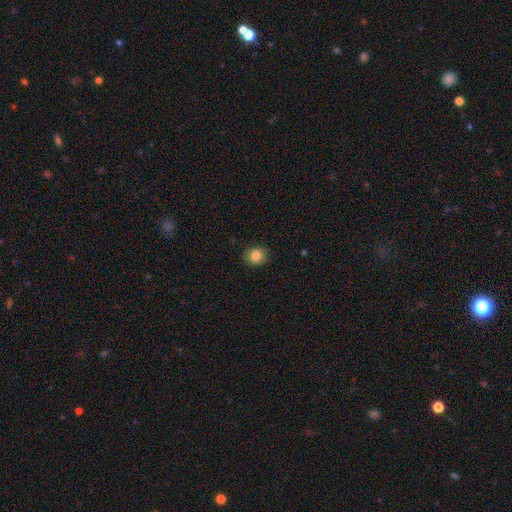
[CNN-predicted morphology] smooth 84%, star or artifact 10%, featured or disk 5%. Down the decision tree: how rounded — round (83%); merging — none (89%).